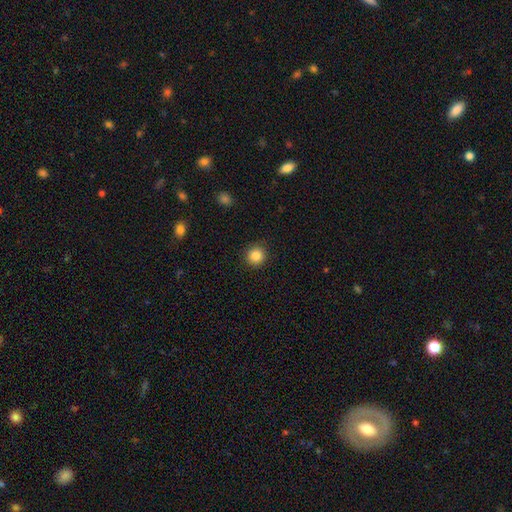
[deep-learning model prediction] A smooth galaxy with no disk features (85%) that is round (93%). Merging: none (90%).